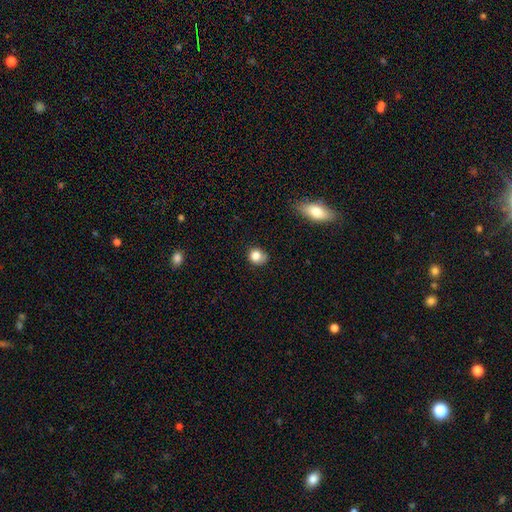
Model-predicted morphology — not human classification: A smooth galaxy with no disk features (83%) that is round (79%).

Vote fractions:
- Smooth or featured? smooth: 83% / star or artifact: 10% / featured or disk: 7%
- How rounded? round: 79% / in between: 20% / cigar-shaped: 1%
- Merging? none: 65% / minor disturbance: 26% / major disturbance: 6% / merger: 3%